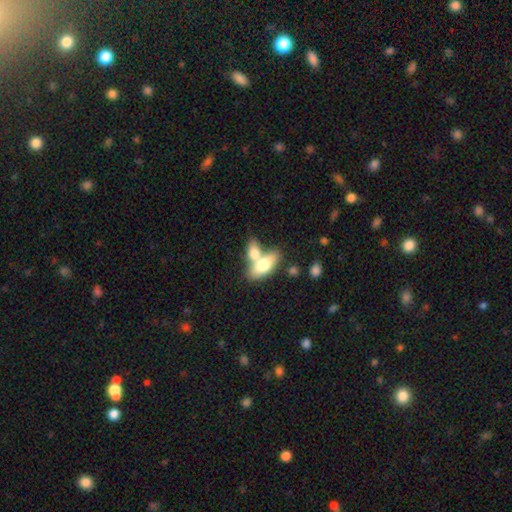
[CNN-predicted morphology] type=smooth (70%); roundness=in between (82%); merging=merger (62%).